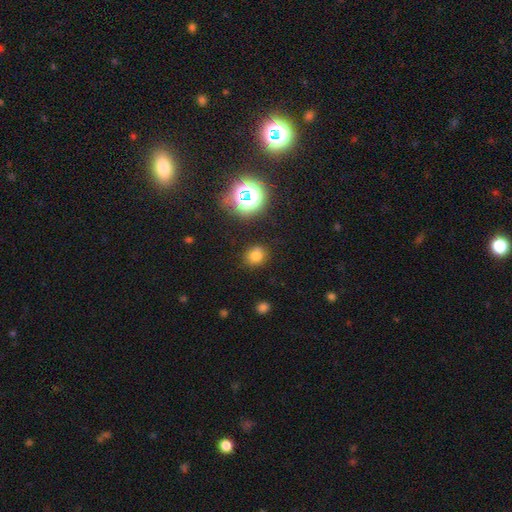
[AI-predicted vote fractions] This appears to be a smooth galaxy with no disk features (73%) that is round (77%). Merging: none (83%).